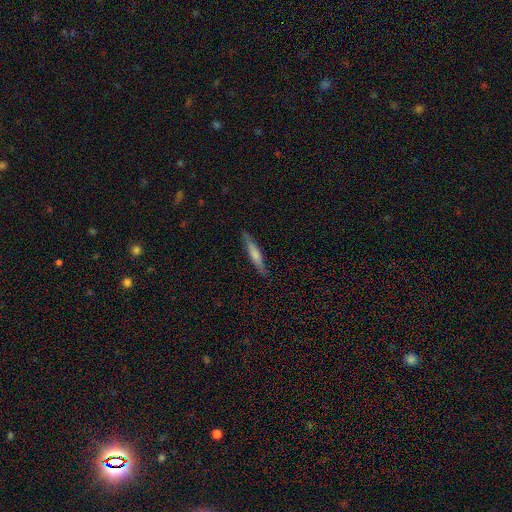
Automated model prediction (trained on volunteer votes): Overall: featured or disk (52%; smooth 39%). Edge-on disk: yes (93%). Merging: none (88%).